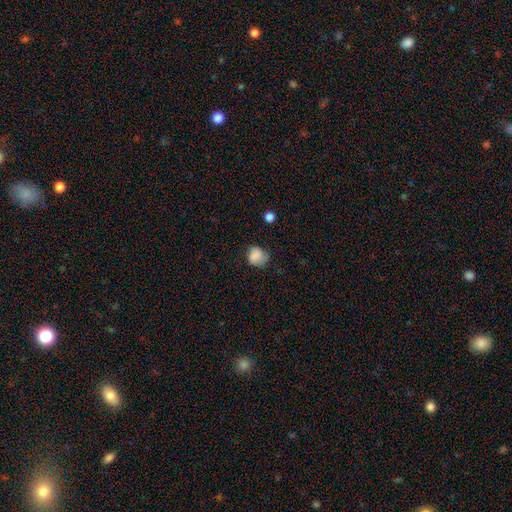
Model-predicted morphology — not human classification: type=smooth (83%); roundness=round (69%); merging=none (61%).